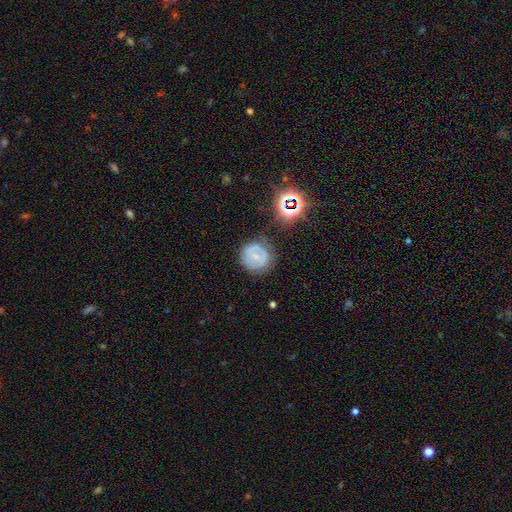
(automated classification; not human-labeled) Q: Smooth or featured?
A: smooth (48%); runner-up: featured or disk (40%)
Q: Merging?
A: none (76%); runner-up: minor disturbance (15%)